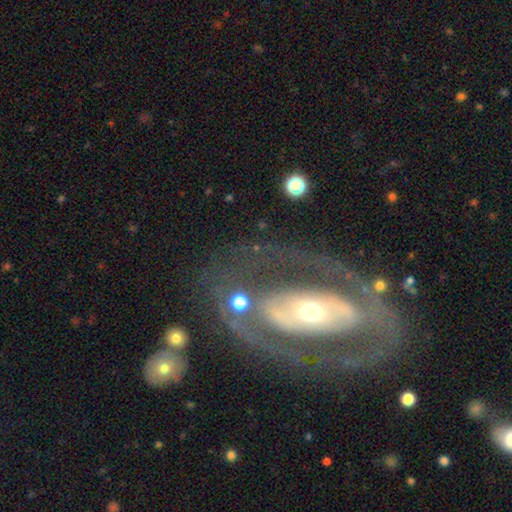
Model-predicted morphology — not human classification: Smooth or featured? Predicted: featured or disk (p=0.78). Edge-on disk? Predicted: no (p=0.92). Bar? Predicted: no (p=0.56). Spiral arms? Predicted: no (p=0.54). Bulge size? Predicted: moderate (p=0.57). Merging? Predicted: none (p=0.71).